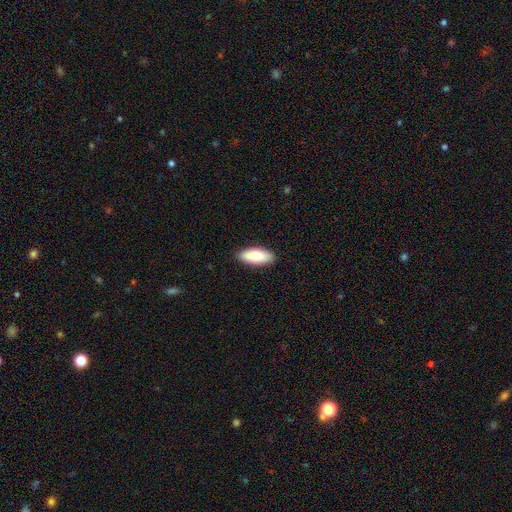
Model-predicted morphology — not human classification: Q: Smooth or featured?
A: smooth (82%); runner-up: featured or disk (12%)
Q: How rounded?
A: in between (78%); runner-up: cigar-shaped (20%)
Q: Merging?
A: none (89%); runner-up: minor disturbance (8%)